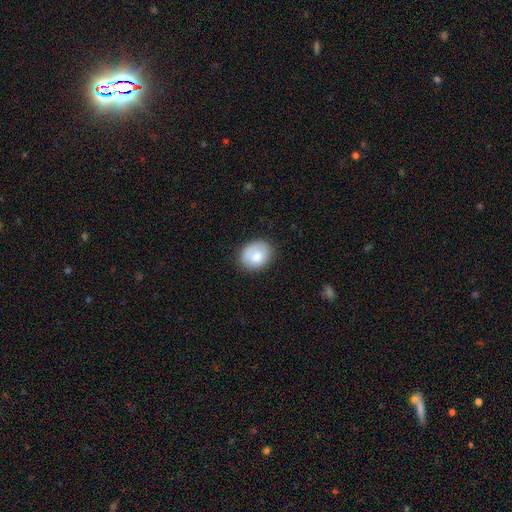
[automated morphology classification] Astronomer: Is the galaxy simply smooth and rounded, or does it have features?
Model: smooth — 79%.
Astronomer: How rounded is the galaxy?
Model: round — 53% (runner-up: in between, 46%).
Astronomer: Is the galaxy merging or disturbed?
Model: none — 74%.